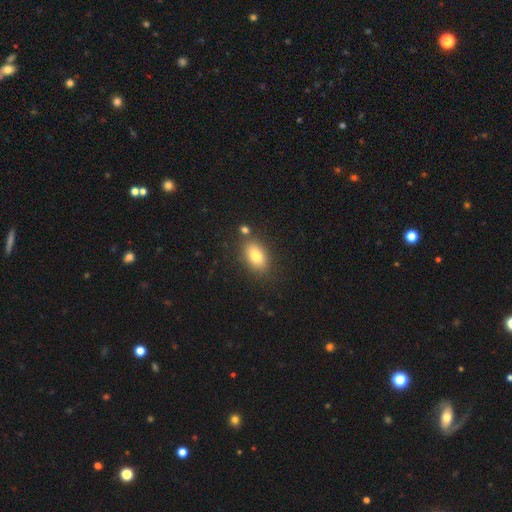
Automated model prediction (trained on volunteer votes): This is likely a smooth galaxy (79%). How rounded: clearly in between (87%). Merging: likely none (77%).